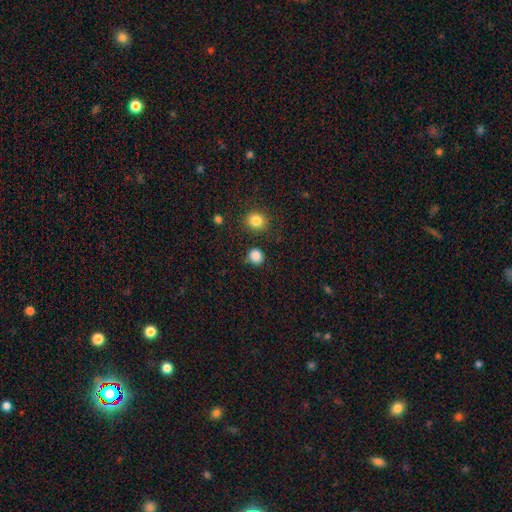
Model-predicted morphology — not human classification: Smooth or featured? Predicted: smooth (p=0.86). How rounded? Predicted: round (p=0.86). Merging? Predicted: none (p=0.82).